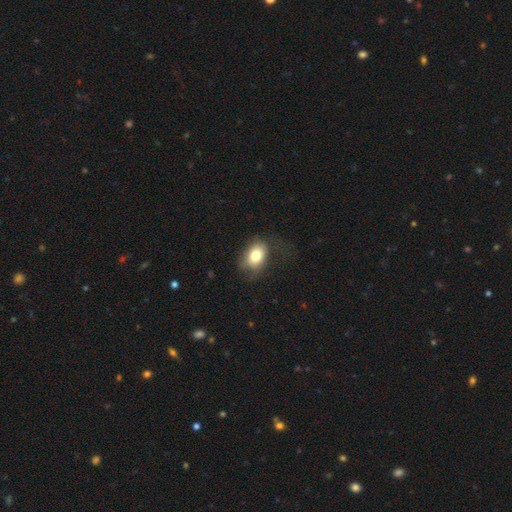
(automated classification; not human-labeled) Smooth or featured? Predicted: smooth (p=0.78). How rounded? Predicted: in between (p=0.74). Merging? Predicted: none (p=0.58).